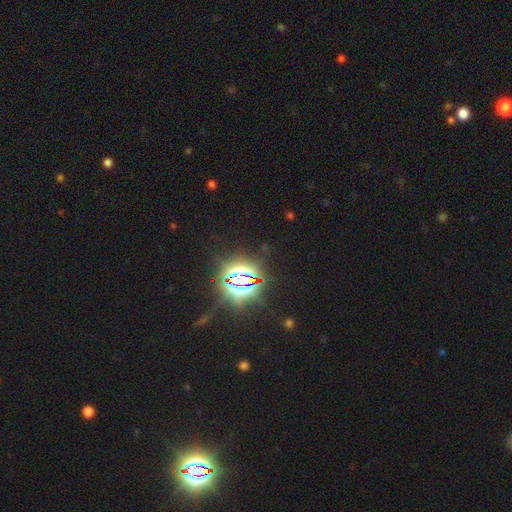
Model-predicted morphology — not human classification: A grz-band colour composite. It shows a star or artifact, not a galaxy (84%).